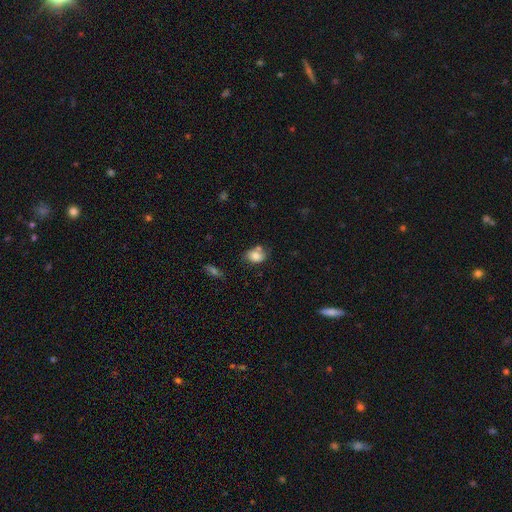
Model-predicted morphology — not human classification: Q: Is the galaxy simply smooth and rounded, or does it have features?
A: smooth — 80%.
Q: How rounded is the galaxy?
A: in between — 71%.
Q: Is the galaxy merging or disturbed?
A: none — 54%.